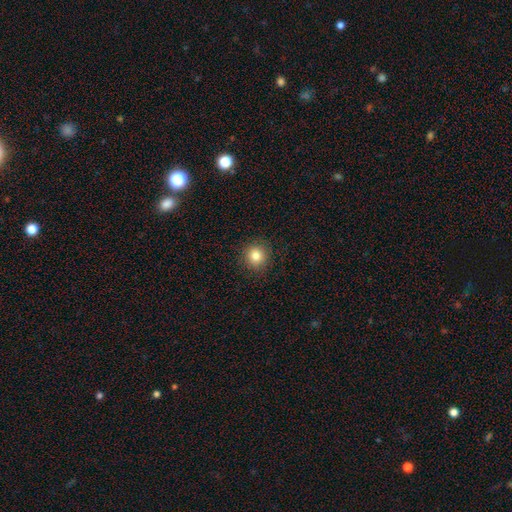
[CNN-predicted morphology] Smooth or featured: smooth — 83% (star or artifact — 11%)
How rounded: round — 92% (in between — 7%)
Merging: none — 91% (minor disturbance — 6%)